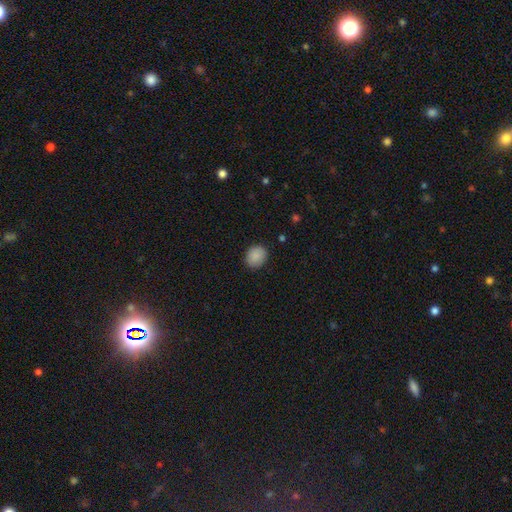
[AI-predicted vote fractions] The model was most divided on "how rounded": round: 71%, in between: 29%, cigar-shaped: 1%. More confident: smooth or featured — smooth (88%); merging — none (87%).